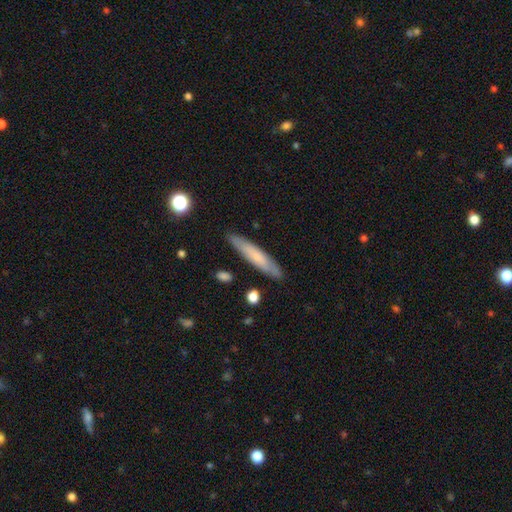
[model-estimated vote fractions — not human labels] The model was most divided on "smooth or featured": smooth: 61%, featured or disk: 32%, star or artifact: 6%. More confident: how rounded — cigar-shaped (89%); merging — none (87%).